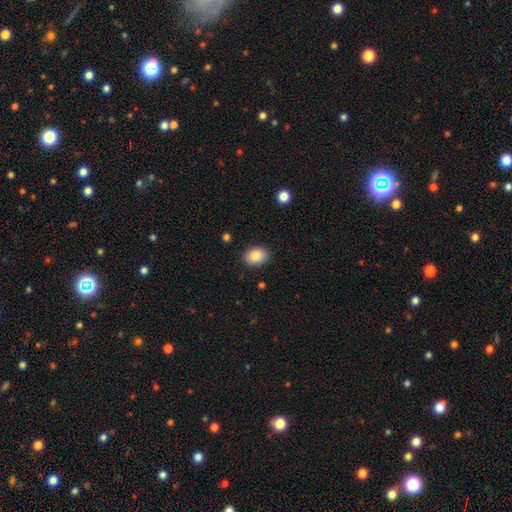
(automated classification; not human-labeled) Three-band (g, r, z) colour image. It shows a smooth galaxy with no disk features (86%) that is in between round and cigar-shaped (70%). Merging: none (88%).